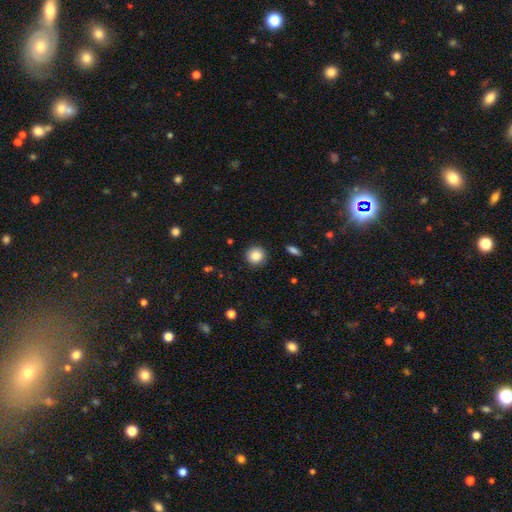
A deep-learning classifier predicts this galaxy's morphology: Smooth or featured: smooth — 86% (star or artifact — 9%)
How rounded: round — 93% (in between — 6%)
Merging: none — 90% (minor disturbance — 6%)